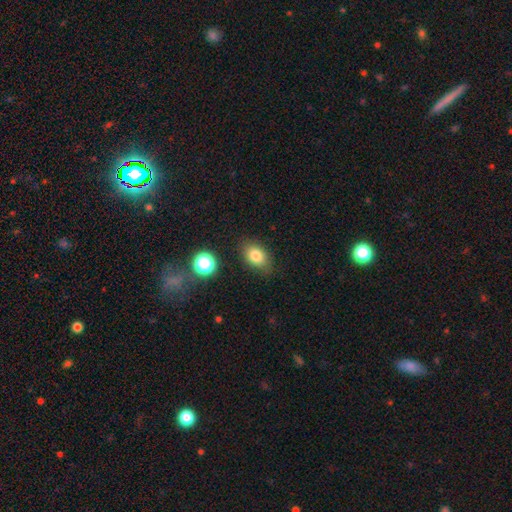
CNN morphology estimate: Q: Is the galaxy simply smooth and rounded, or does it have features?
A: smooth — 82%.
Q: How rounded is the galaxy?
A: in between — 76%.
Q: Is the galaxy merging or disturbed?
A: none — 80%.